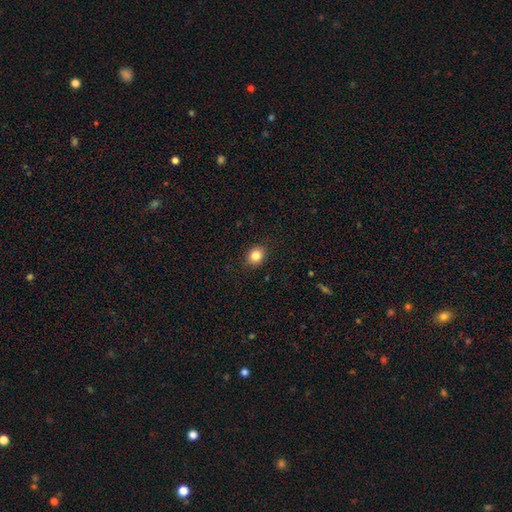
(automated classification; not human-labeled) Smooth or featured?
  - smooth: 83% *
  - star or artifact: 11%
  - featured or disk: 6%
How rounded?
  - round: 67% *
  - in between: 32%
  - cigar-shaped: 1%
Merging?
  - none: 89% *
  - minor disturbance: 8%
  - major disturbance: 2%
  - merger: 1%